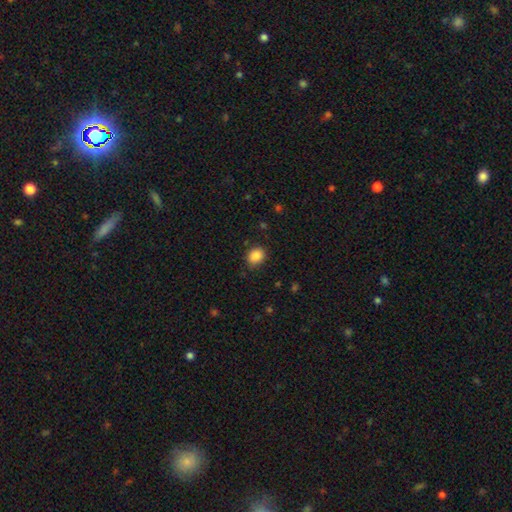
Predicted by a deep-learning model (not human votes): smooth 87%, star or artifact 9%, featured or disk 4%. Down the decision tree: how rounded — round (50%); merging — none (81%).